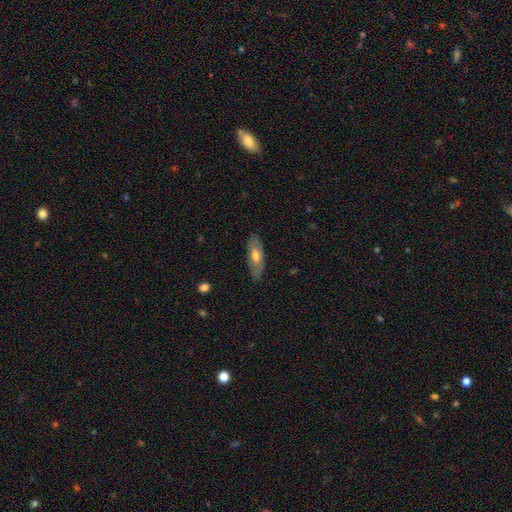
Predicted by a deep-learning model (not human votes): This appears to be a smooth galaxy with no disk features (53%) that is in between round and cigar-shaped (70%). Merging: none (83%).